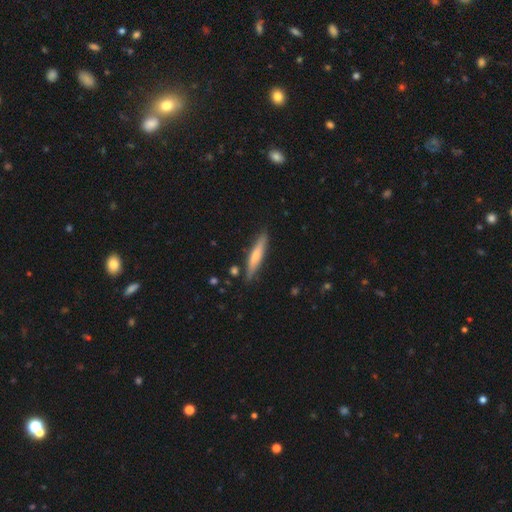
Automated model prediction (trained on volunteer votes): A smooth galaxy with no disk features (57%) that is cigar-shaped (87%). Merging: none (84%).